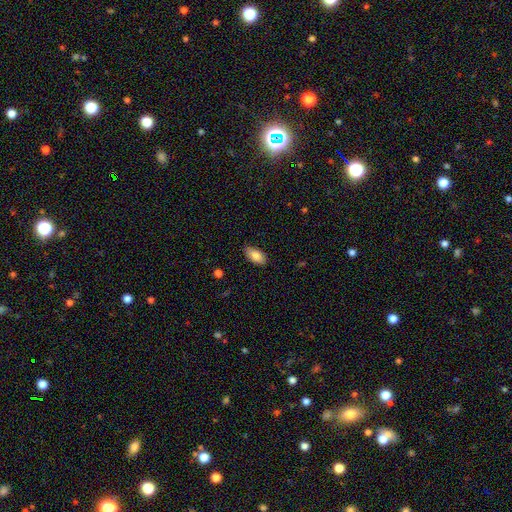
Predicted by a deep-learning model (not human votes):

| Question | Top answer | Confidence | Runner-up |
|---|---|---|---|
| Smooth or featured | smooth | 84% | featured or disk (9%) |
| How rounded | in between | 93% | cigar-shaped (4%) |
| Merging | none | 84% | minor disturbance (13%) |